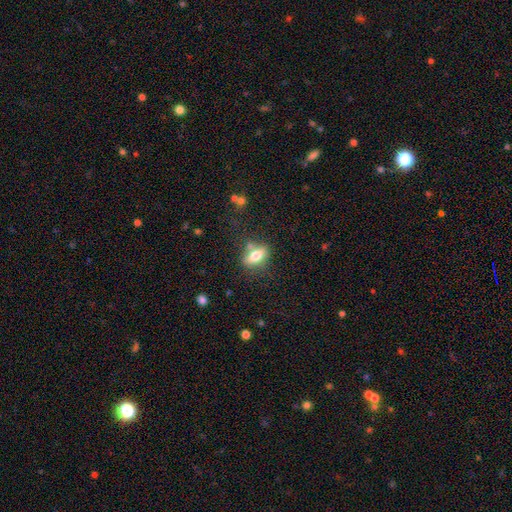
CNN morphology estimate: The model was most divided on "smooth or featured": smooth: 64%, featured or disk: 28%, star or artifact: 8%. More confident: how rounded — in between (75%); merging — none (68%).